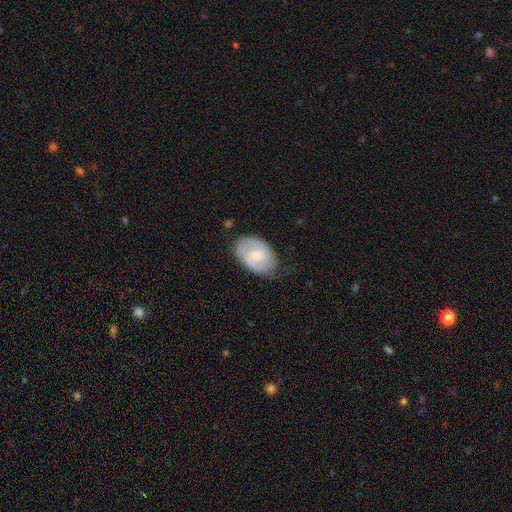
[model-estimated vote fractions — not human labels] Morphology: type=featured or disk (68%); edge-on=no (97%); bar=no (52%); spiral arms=yes (90%); winding=tight (44%); arm count=2 (71%); bulge=small (51%); merging=none (64%).